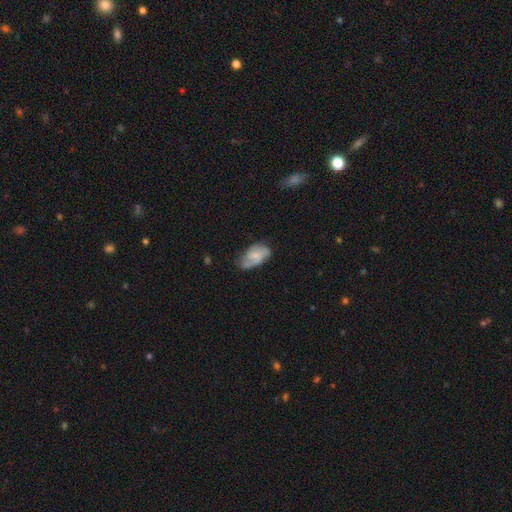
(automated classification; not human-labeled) Q: Smooth or featured?
A: featured or disk (54%); runner-up: smooth (39%)
Q: Edge-on disk?
A: no (96%); runner-up: yes (4%)
Q: Bar?
A: no (53%); runner-up: weak (39%)
Q: Spiral arms?
A: yes (83%); runner-up: no (17%)
Q: Bulge size?
A: small (53%); runner-up: moderate (30%)
Q: Merging?
A: none (57%); runner-up: minor disturbance (30%)